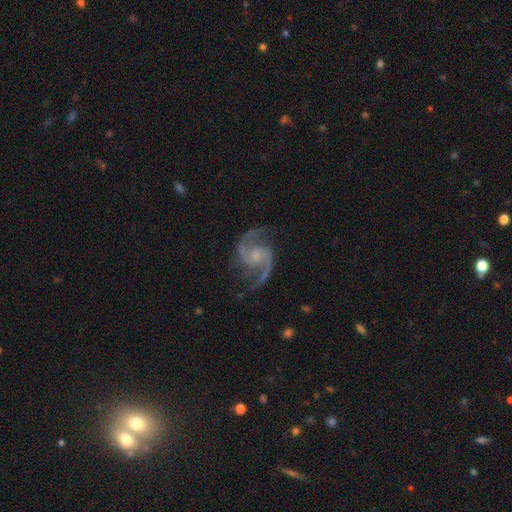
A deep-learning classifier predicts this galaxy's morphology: type=featured or disk (93%); edge-on=no (98%); bar=no (50%); spiral arms=yes (98%); winding=medium (61%); arm count=2 (92%); bulge=small (45%); merging=none (76%).